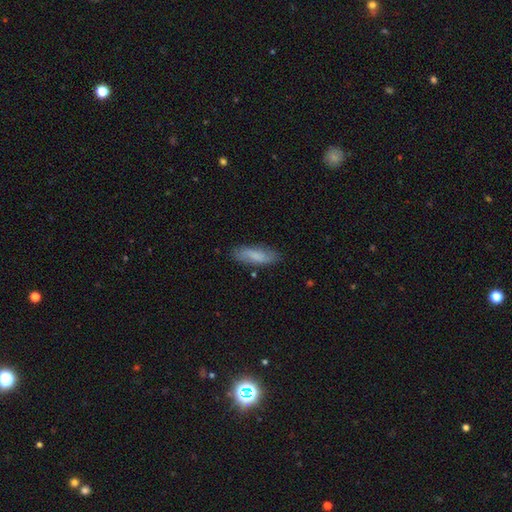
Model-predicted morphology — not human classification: Smooth or featured? Predicted: smooth (p=0.70). How rounded? Predicted: in between (p=0.57). Merging? Predicted: none (p=0.79).